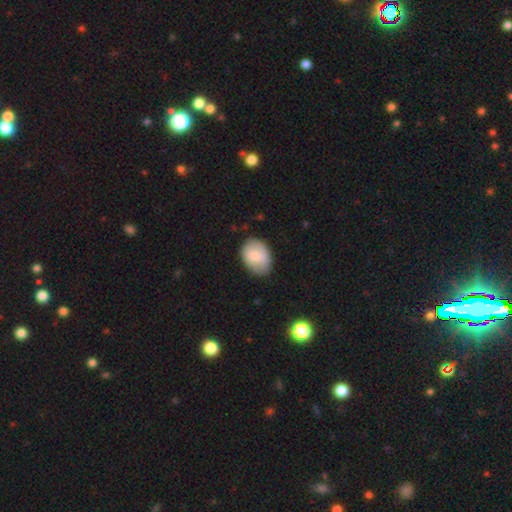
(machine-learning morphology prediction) Smooth or featured?
  - smooth: 75% *
  - featured or disk: 19%
  - star or artifact: 6%
How rounded?
  - in between: 77% *
  - round: 22%
  - cigar-shaped: 1%
Merging?
  - none: 74% *
  - minor disturbance: 20%
  - major disturbance: 4%
  - merger: 1%